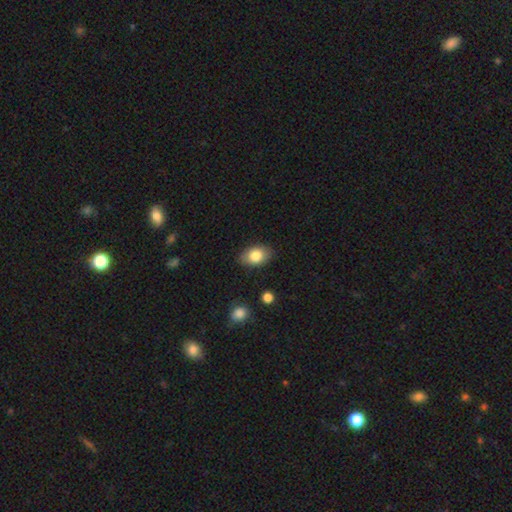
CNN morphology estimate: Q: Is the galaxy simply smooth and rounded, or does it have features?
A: smooth — 82%.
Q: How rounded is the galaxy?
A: in between — 85%.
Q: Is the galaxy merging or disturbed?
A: none — 84%.